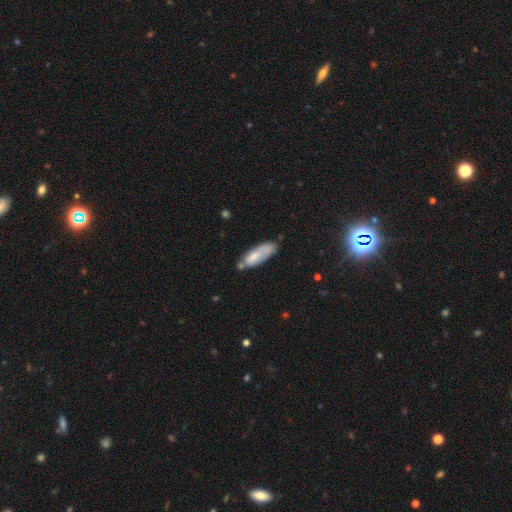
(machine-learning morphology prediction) Smooth or featured?
  - smooth: 66% *
  - featured or disk: 28%
  - star or artifact: 7%
How rounded?
  - in between: 61% *
  - cigar-shaped: 38%
  - round: 2%
Merging?
  - none: 53% *
  - minor disturbance: 28%
  - merger: 10%
  - major disturbance: 9%